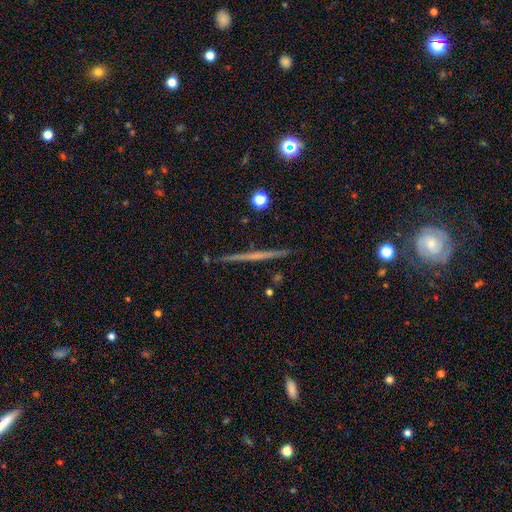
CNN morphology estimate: Smooth or featured? Predicted: featured or disk (p=0.65). Edge-on disk? Predicted: yes (p=0.98). Edge-on bulge? Predicted: none (p=0.82). Merging? Predicted: none (p=0.92).